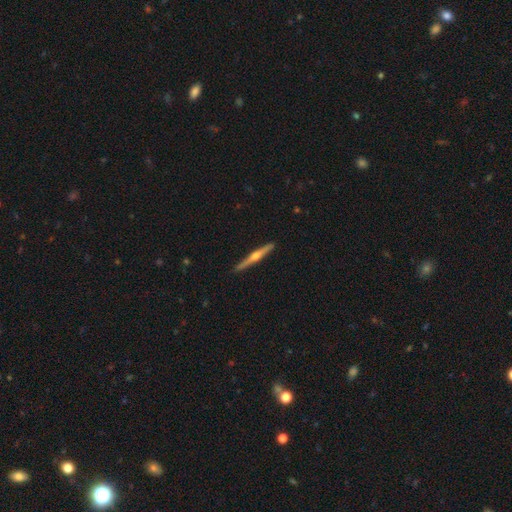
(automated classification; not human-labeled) A featured or disk galaxy (77%) viewed edge-on (98%) with a rounded central bulge (92%). Merging: none (92%).